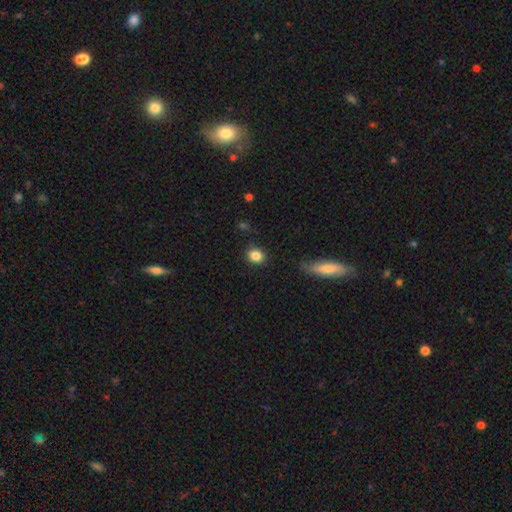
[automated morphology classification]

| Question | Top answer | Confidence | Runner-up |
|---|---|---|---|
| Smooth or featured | smooth | 85% | star or artifact (9%) |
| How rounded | round | 63% | in between (36%) |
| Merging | none | 84% | minor disturbance (11%) |